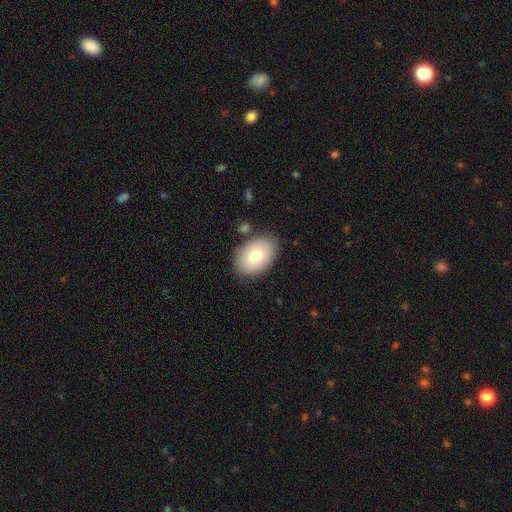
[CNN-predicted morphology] A smooth galaxy with no disk features (74%) that is in between round and cigar-shaped (84%). Merging: none (81%).